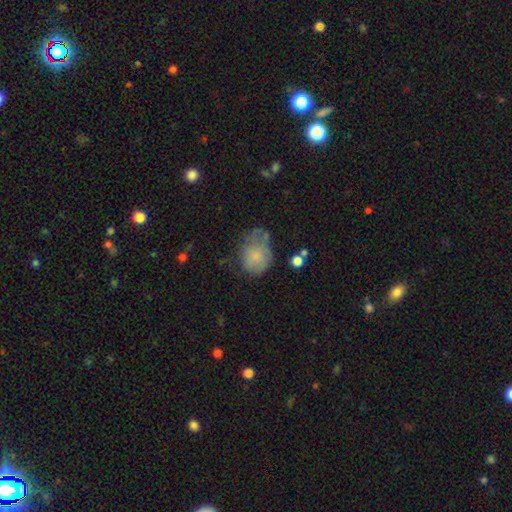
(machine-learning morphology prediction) This is likely a smooth galaxy (69%). How rounded: possibly in between (52%). Merging: marginally minor disturbance (35%).